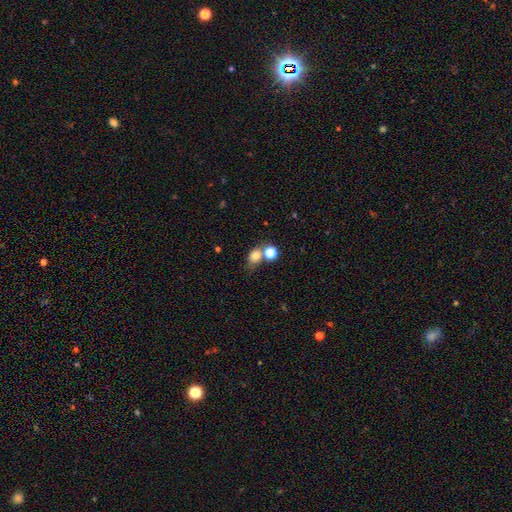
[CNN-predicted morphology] Smooth or featured? smooth (77%)
How rounded? round (49%, tied with in between)
Merging? none (48%)